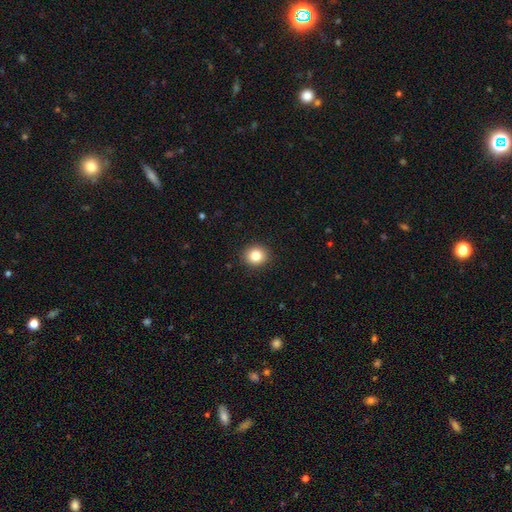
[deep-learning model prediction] Smooth or featured?
  - smooth: 83% *
  - star or artifact: 10%
  - featured or disk: 6%
How rounded?
  - round: 83% *
  - in between: 16%
  - cigar-shaped: 1%
Merging?
  - none: 92% *
  - minor disturbance: 6%
  - major disturbance: 2%
  - merger: 1%